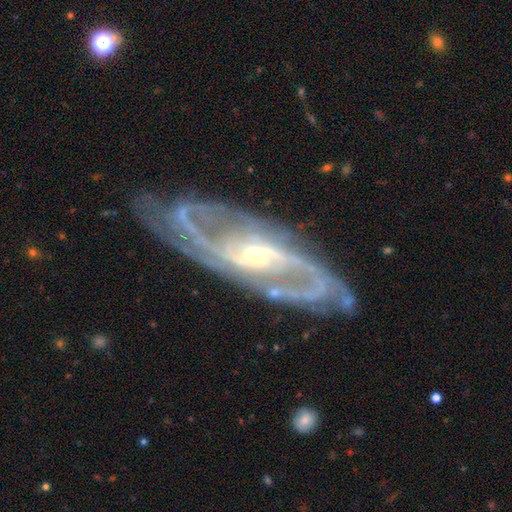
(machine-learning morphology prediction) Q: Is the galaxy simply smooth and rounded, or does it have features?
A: featured or disk — 91%.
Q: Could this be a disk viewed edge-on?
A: no — 91%.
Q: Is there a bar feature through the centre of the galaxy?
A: no — 44%.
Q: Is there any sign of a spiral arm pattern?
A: yes — 95%.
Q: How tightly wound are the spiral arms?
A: medium — 42%, tied with tight.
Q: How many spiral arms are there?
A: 2 — 59%.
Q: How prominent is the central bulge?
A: small — 57%.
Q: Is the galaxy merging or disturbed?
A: none — 70%.